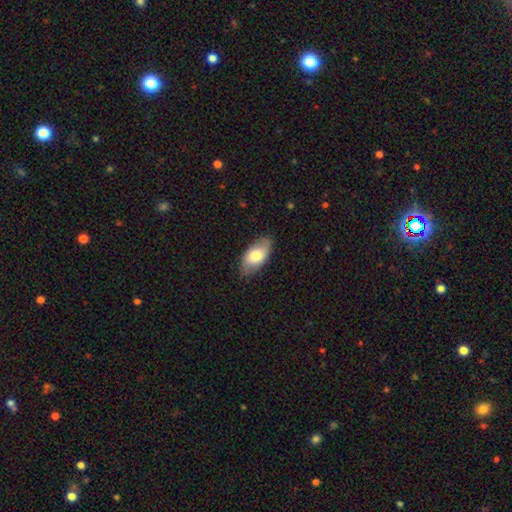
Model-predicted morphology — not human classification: smooth 74%, featured or disk 20%, star or artifact 6%. Down the decision tree: how rounded — in between (93%); merging — none (83%).